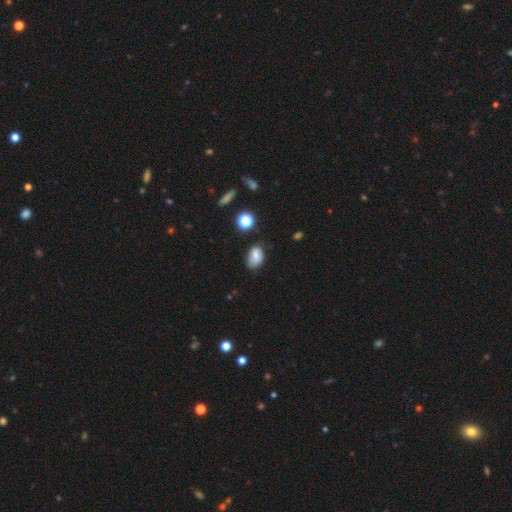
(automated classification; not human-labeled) Smooth or featured? smooth (75%)
How rounded? in between (81%)
Merging? none (62%)